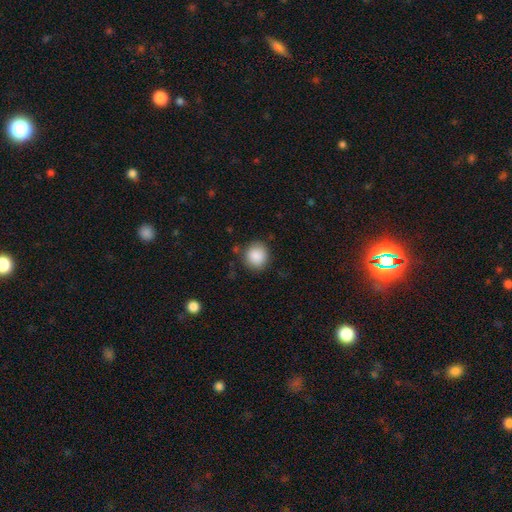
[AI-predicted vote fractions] This appears to be a smooth galaxy with no disk features (88%) that is round (86%). Merging: none (85%).